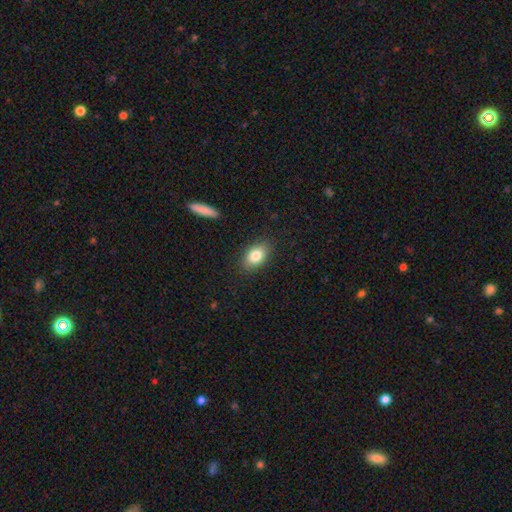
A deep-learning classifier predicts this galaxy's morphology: A smooth galaxy with no disk features (81%) that is in between round and cigar-shaped (88%).

Vote fractions:
- Smooth or featured? smooth: 81% / featured or disk: 11% / star or artifact: 8%
- How rounded? in between: 88% / round: 10% / cigar-shaped: 2%
- Merging? none: 86% / minor disturbance: 10% / major disturbance: 3% / merger: 1%